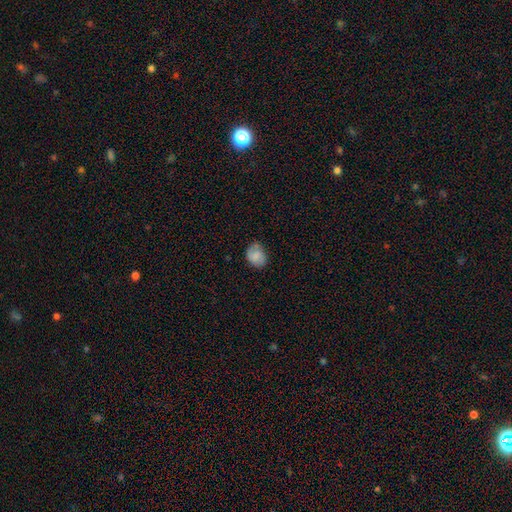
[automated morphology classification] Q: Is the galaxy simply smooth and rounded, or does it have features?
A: smooth — 65%.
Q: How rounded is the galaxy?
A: in between — 55%.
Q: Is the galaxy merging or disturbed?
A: none — 68%.